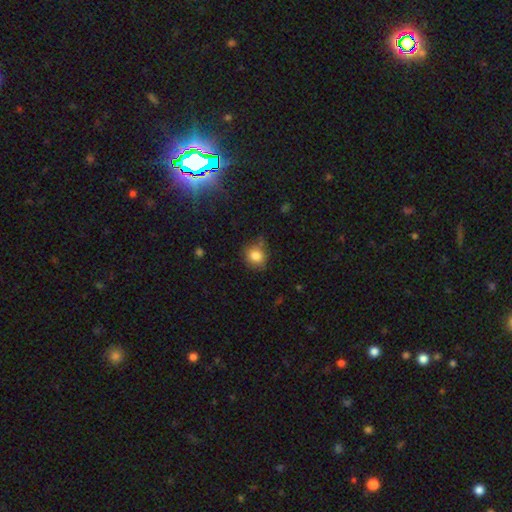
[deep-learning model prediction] The model was most divided on "merging": none: 62%, minor disturbance: 28%, major disturbance: 7%, merger: 3%. More confident: smooth or featured — smooth (81%); how rounded — round (77%).